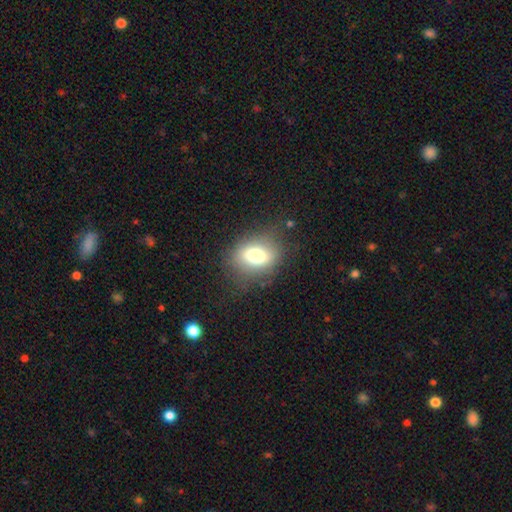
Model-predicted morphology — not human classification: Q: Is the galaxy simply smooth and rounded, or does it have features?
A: smooth — 69%.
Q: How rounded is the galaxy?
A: in between — 62%.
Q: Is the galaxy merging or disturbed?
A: none — 75%.